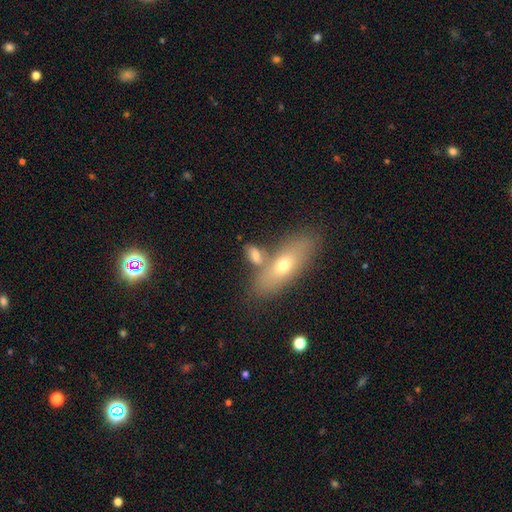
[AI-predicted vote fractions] Morphology: type=smooth (69%); roundness=in between (73%); merging=none (48%).